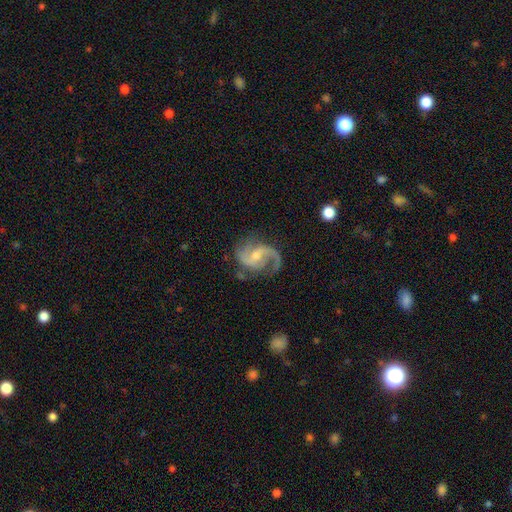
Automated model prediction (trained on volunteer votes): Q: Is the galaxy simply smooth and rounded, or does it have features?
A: featured or disk — 91%.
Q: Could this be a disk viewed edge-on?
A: no — 98%.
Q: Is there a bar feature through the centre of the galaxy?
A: weak — 48%.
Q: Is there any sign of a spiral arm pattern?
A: yes — 98%.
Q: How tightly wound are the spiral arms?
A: medium — 54%.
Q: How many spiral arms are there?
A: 2 — 86%.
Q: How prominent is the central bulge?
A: small — 51%.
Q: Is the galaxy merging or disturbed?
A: none — 69%.